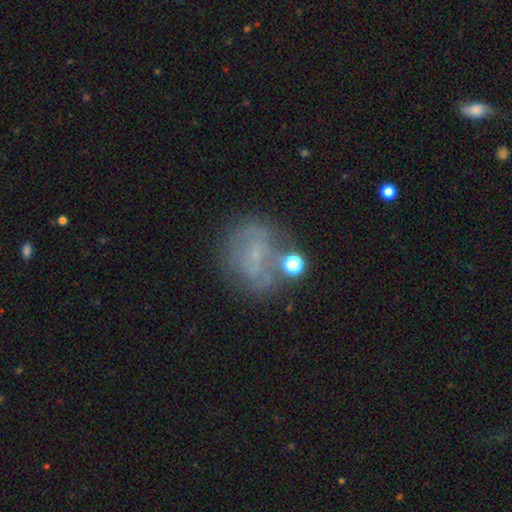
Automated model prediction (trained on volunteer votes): smooth_or_featured: featured or disk (p=0.43) [alt: smooth p=0.38]
merging: none (p=0.60) [alt: minor disturbance p=0.19]